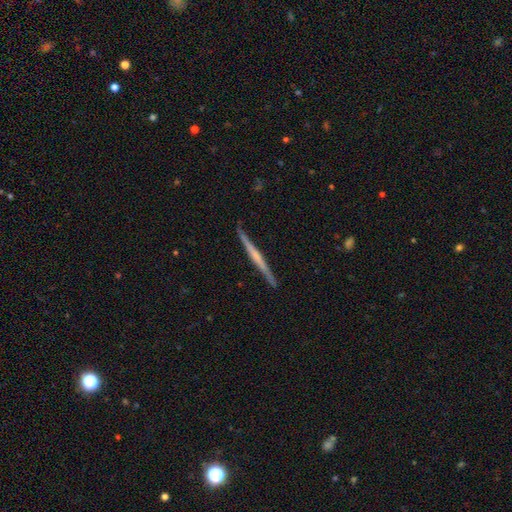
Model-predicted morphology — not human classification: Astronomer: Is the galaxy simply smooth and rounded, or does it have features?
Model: featured or disk — 67%.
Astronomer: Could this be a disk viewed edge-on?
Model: yes — 98%.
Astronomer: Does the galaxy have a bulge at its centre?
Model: none — 59%.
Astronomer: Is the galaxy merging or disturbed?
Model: none — 90%.